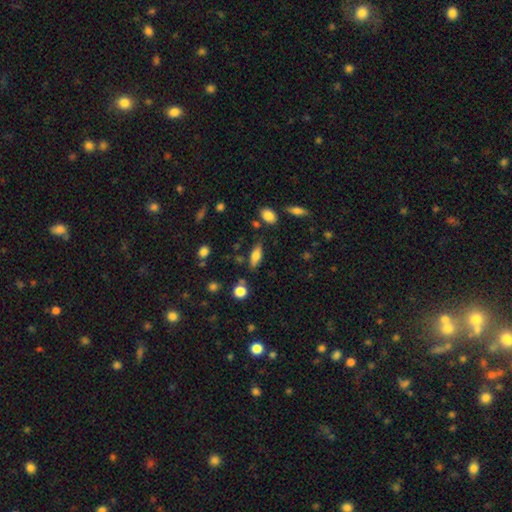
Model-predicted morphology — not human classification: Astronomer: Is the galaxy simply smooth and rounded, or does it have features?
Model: smooth — 69%.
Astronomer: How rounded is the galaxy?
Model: in between — 68%.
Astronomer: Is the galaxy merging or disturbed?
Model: none — 74%.